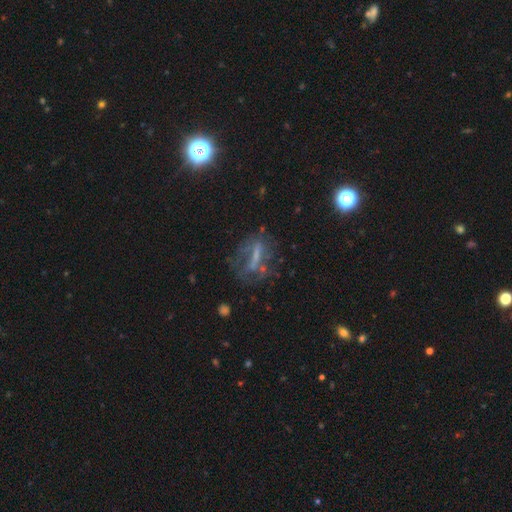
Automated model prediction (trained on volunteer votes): This appears to be a featured or disk galaxy (52%). Merging: none (51%).